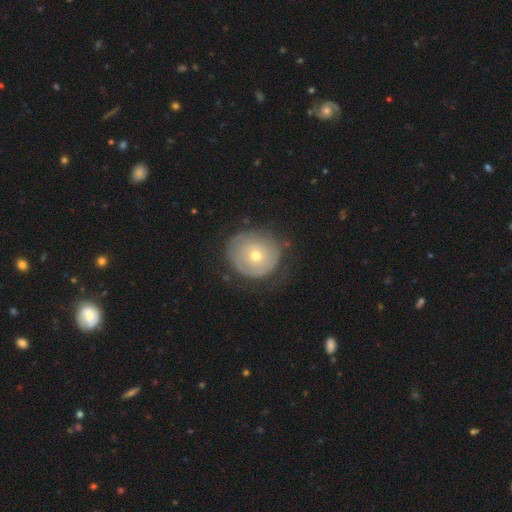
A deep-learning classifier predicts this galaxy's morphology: Smooth or featured?
  - featured or disk: 49% *
  - smooth: 45%
  - star or artifact: 7%
Merging?
  - none: 65% *
  - minor disturbance: 23%
  - major disturbance: 11%
  - merger: 2%